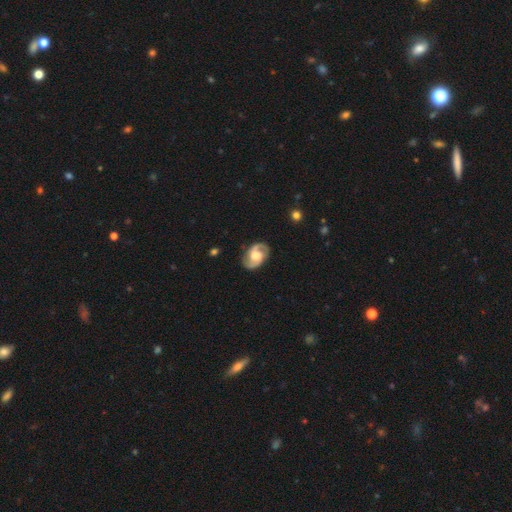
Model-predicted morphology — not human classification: This appears to be a featured or disk galaxy (87%) with no bar (49%), 2 (93%) medium (54%) spiral arms (97%) and a large central bulge (36%, tied with moderate). Merging: none (84%).